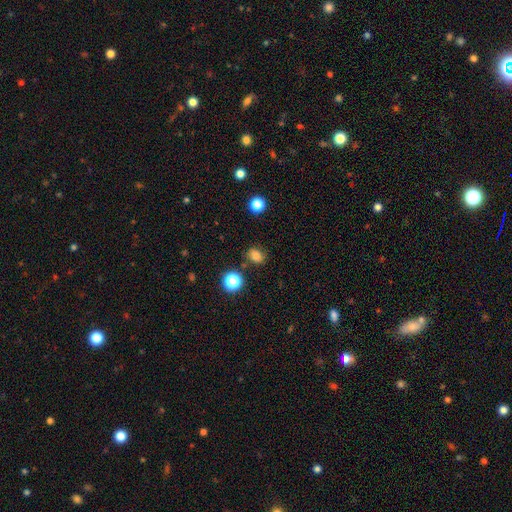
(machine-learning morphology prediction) smooth 78%, star or artifact 15%, featured or disk 7%. Down the decision tree: how rounded — in between (50%); merging — none (81%).